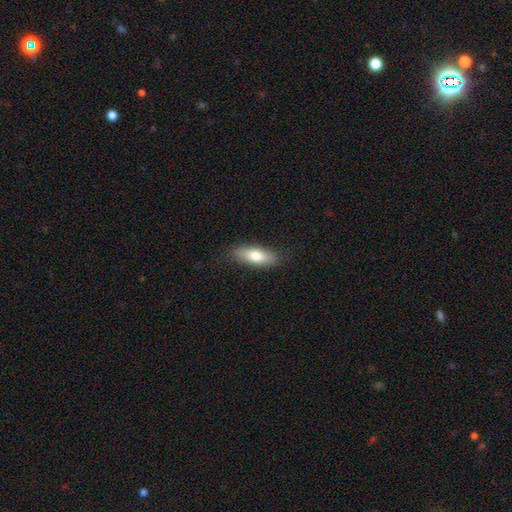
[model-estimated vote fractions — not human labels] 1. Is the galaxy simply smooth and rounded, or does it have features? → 75% smooth, 19% featured or disk, 6% star or artifact.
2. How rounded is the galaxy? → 66% in between, 31% cigar-shaped, 3% round.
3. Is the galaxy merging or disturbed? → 86% none, 11% minor disturbance, 2% major disturbance, 1% merger.